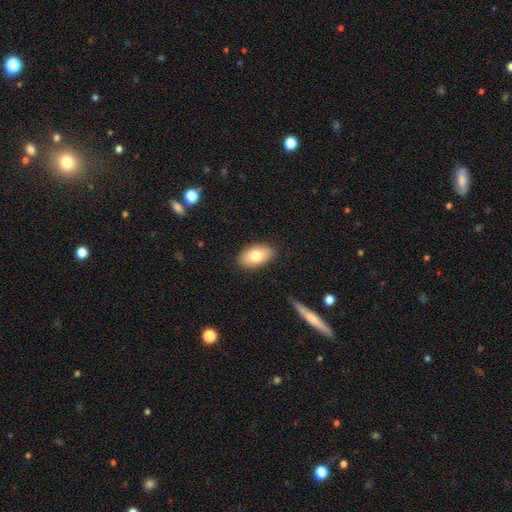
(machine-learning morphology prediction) A smooth galaxy with no disk features (78%) that is in between round and cigar-shaped (92%). Merging: none (87%).